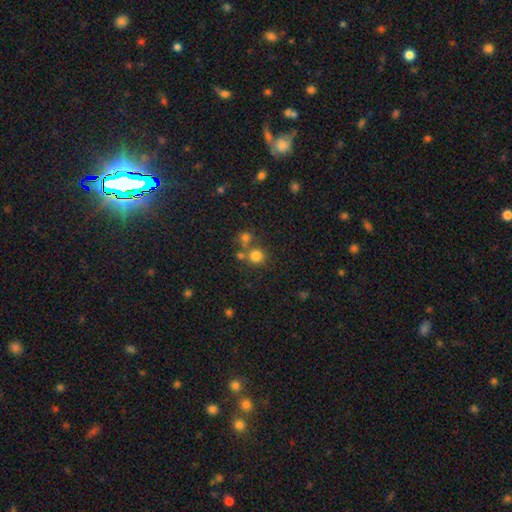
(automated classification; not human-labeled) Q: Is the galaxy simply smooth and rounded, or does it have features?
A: smooth — 77%.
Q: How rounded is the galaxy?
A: round — 88%.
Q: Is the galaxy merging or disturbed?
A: none — 63%.